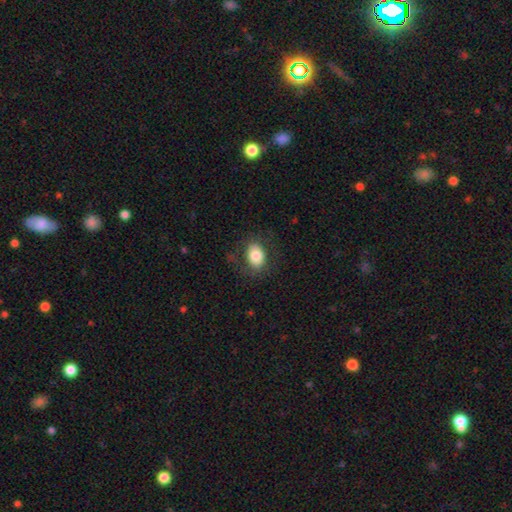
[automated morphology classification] smooth 80%, featured or disk 13%, star or artifact 8%. Down the decision tree: how rounded — in between (73%); merging — none (78%).